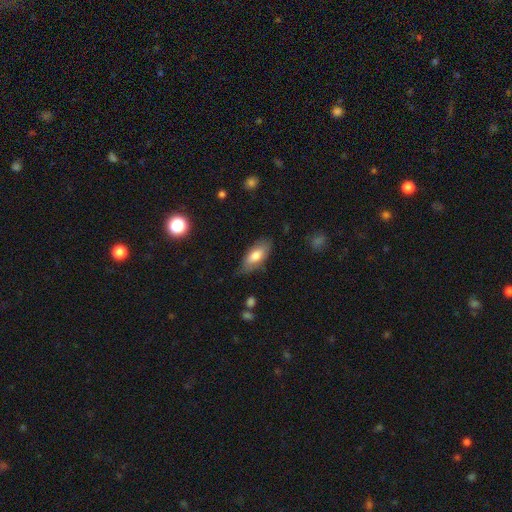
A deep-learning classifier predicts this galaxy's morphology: Q: Smooth or featured?
A: smooth (72%); runner-up: featured or disk (22%)
Q: How rounded?
A: in between (85%); runner-up: cigar-shaped (12%)
Q: Merging?
A: none (74%); runner-up: minor disturbance (21%)